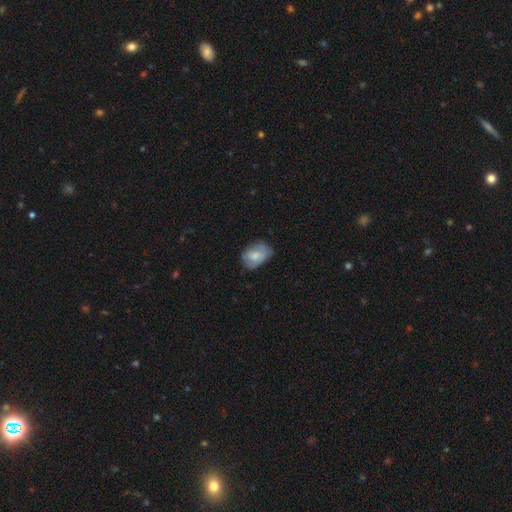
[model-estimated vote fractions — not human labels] Smooth or featured? Predicted: smooth (p=0.63). How rounded? Predicted: in between (p=0.79). Merging? Predicted: none (p=0.52).